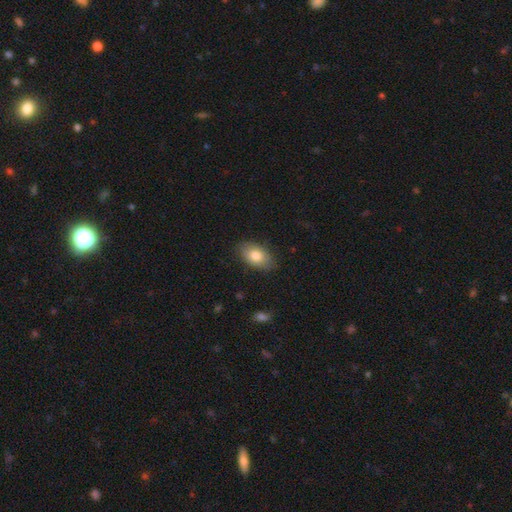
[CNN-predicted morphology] A smooth galaxy with no disk features (80%) that is in between round and cigar-shaped (90%).

Vote fractions:
- Smooth or featured? smooth: 80% / featured or disk: 13% / star or artifact: 7%
- How rounded? in between: 90% / round: 8% / cigar-shaped: 2%
- Merging? none: 83% / minor disturbance: 14% / major disturbance: 3% / merger: 1%